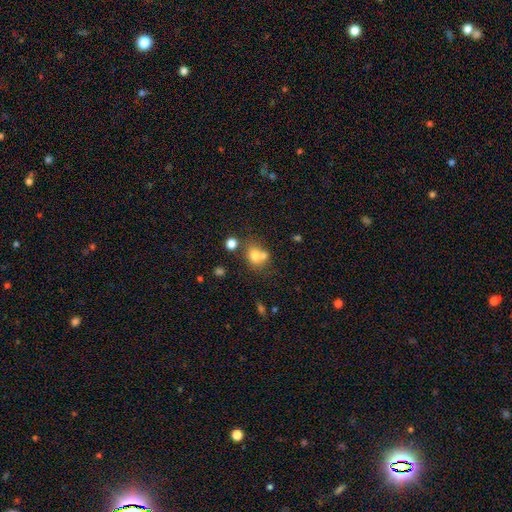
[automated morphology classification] The model was most divided on "merging": merger: 43%, none: 40%, minor disturbance: 11%, major disturbance: 5%. More confident: smooth or featured — smooth (72%); how rounded — round (63%).